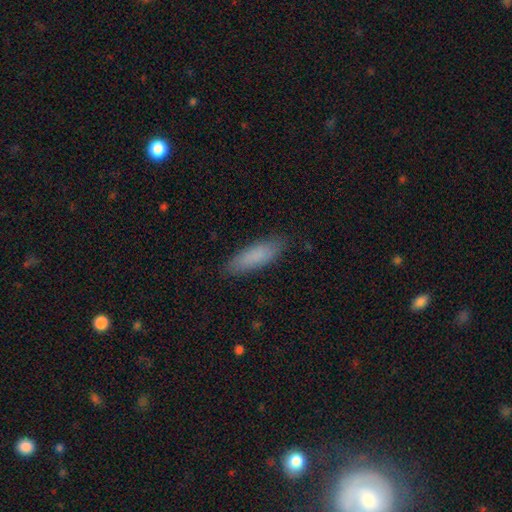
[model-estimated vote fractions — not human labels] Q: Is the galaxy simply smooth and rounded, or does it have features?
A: smooth — 85%.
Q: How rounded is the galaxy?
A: cigar-shaped — 52%.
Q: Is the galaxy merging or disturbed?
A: none — 86%.